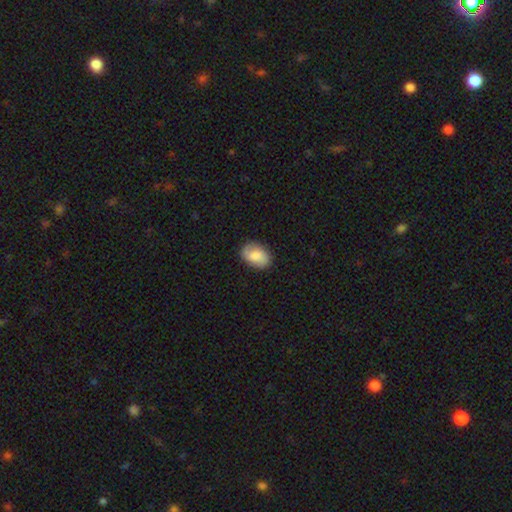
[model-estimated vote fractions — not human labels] A smooth galaxy with no disk features (71%) that is in between round and cigar-shaped (80%). Merging: none (82%).